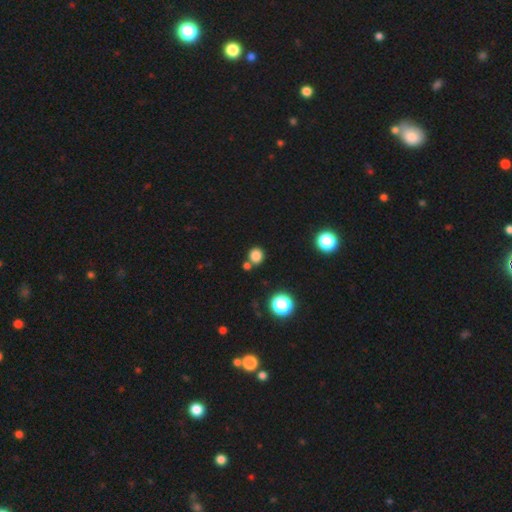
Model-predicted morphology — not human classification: Smooth or featured? smooth (80%)
How rounded? round (83%)
Merging? none (72%)